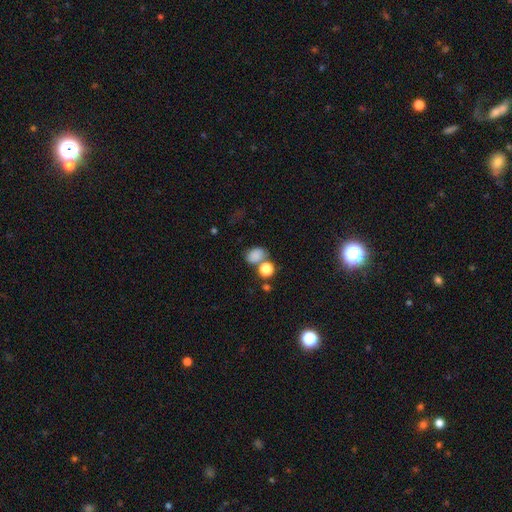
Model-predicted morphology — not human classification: type=smooth (79%); roundness=in between (57%); merging=none (49%).